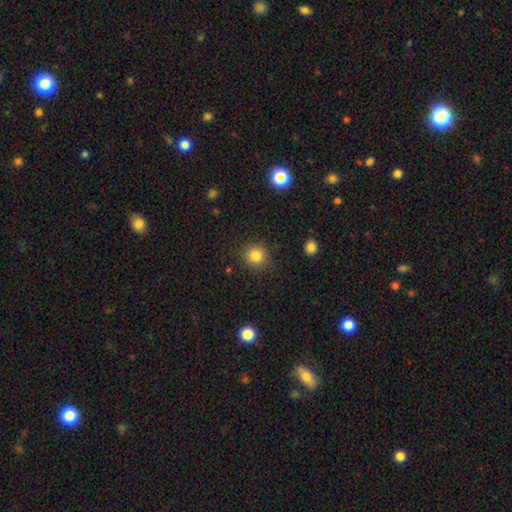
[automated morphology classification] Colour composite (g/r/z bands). It shows a smooth galaxy with no disk features (83%) that is round (90%). Merging: none (88%).